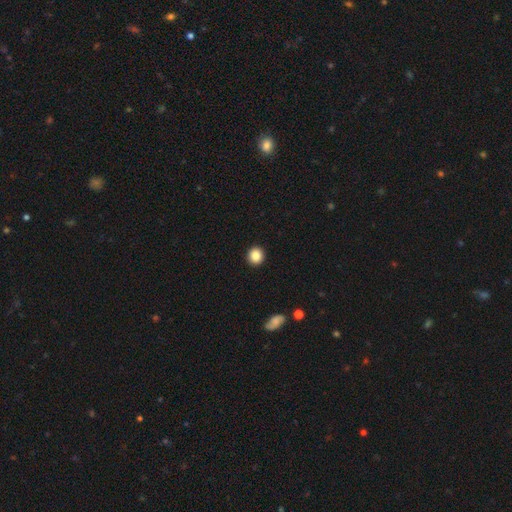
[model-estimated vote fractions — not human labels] Overall: smooth (86%). How rounded: round (92%). Merging: none (93%).